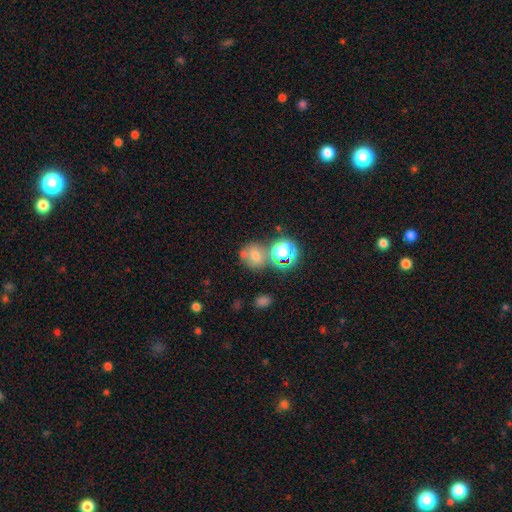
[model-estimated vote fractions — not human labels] Smooth or featured? smooth (62%)
How rounded? round (77%)
Merging? none (58%)